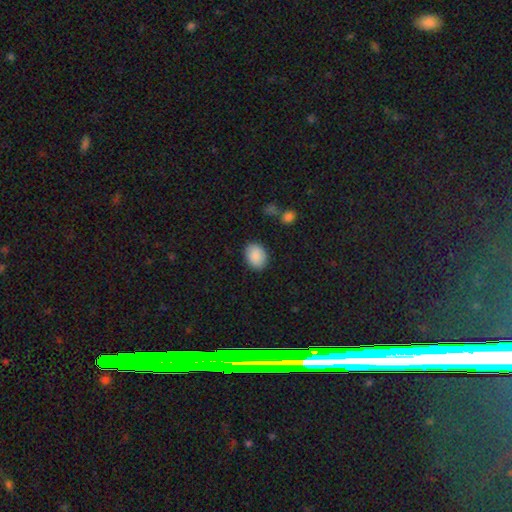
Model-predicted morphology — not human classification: Overall: smooth (88%). How rounded: in between (60%; round 39%). Merging: none (88%).